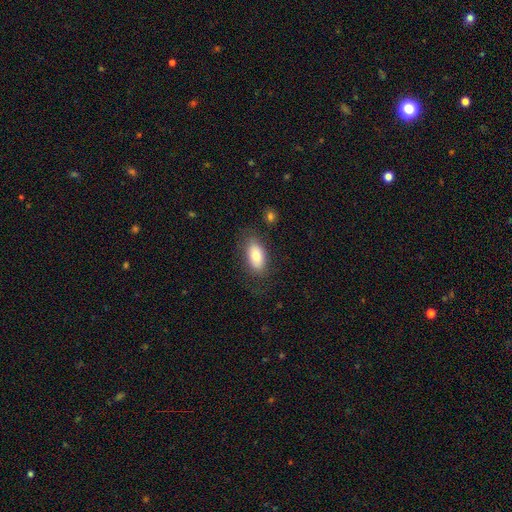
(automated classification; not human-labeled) A smooth galaxy with no disk features (77%) that is in between round and cigar-shaped (91%).

Vote fractions:
- Smooth or featured? smooth: 77% / featured or disk: 15% / star or artifact: 7%
- How rounded? in between: 91% / cigar-shaped: 5% / round: 4%
- Merging? none: 76% / minor disturbance: 15% / major disturbance: 6% / merger: 2%